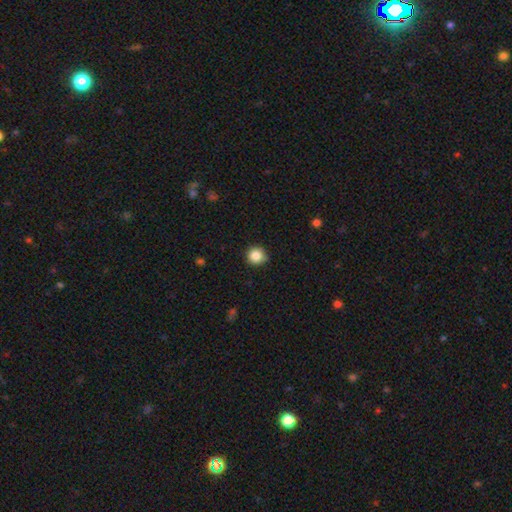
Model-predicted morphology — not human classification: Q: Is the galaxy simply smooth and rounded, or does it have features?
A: smooth — 85%.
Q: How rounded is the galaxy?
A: round — 94%.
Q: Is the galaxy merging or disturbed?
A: none — 86%.